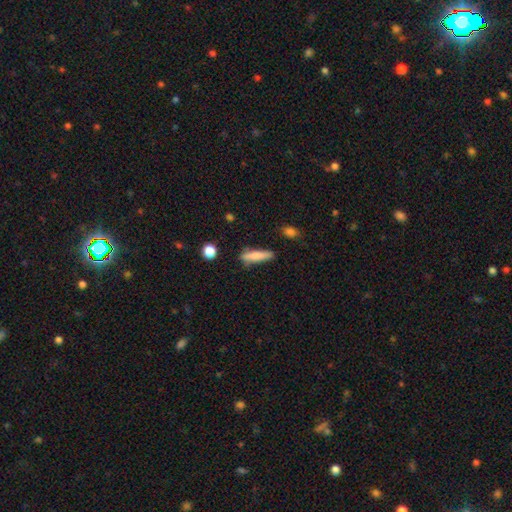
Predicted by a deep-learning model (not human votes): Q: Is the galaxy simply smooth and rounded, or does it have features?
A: smooth — 80%.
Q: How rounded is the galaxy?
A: cigar-shaped — 78%.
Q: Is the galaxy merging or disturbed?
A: none — 73%.